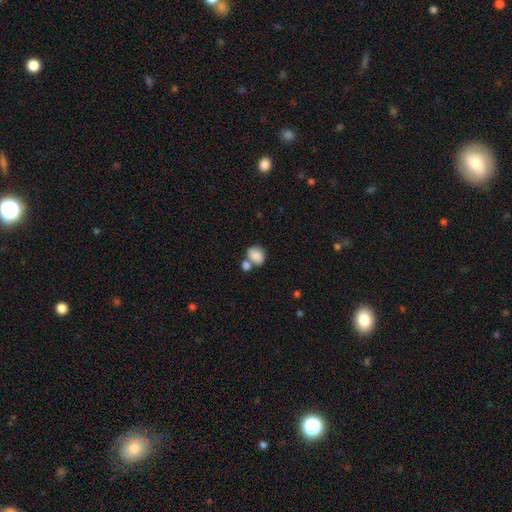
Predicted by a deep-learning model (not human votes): A smooth galaxy with no disk features (82%) that is in between round and cigar-shaped (51%).

Vote fractions:
- Smooth or featured? smooth: 82% / featured or disk: 10% / star or artifact: 8%
- How rounded? in between: 51% / round: 48% / cigar-shaped: 1%
- Merging? merger: 45% / none: 37% / minor disturbance: 13% / major disturbance: 5%